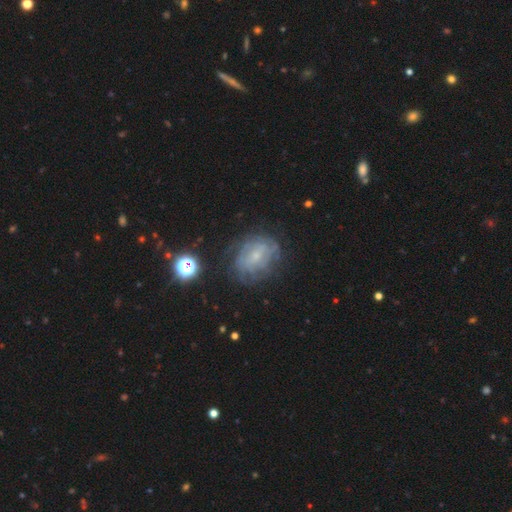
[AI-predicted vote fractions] This appears to be a featured or disk galaxy (64%) with no bar (59%), spiral arms (74%) and a small central bulge (70%). Merging: none (67%).